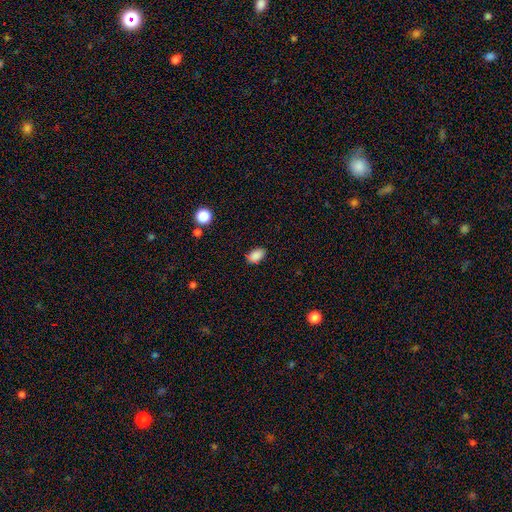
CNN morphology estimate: This appears to be a smooth galaxy with no disk features (86%) that is in between round and cigar-shaped (87%). Merging: none (80%).